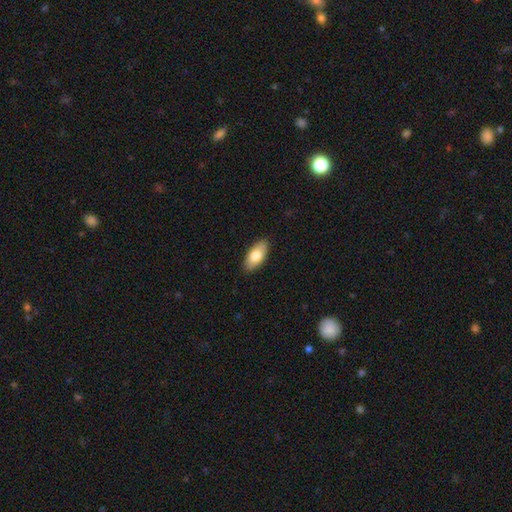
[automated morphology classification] Smooth or featured?
  - smooth: 77% *
  - featured or disk: 17%
  - star or artifact: 6%
How rounded?
  - in between: 90% *
  - cigar-shaped: 7%
  - round: 2%
Merging?
  - none: 89% *
  - minor disturbance: 9%
  - major disturbance: 2%
  - merger: 1%